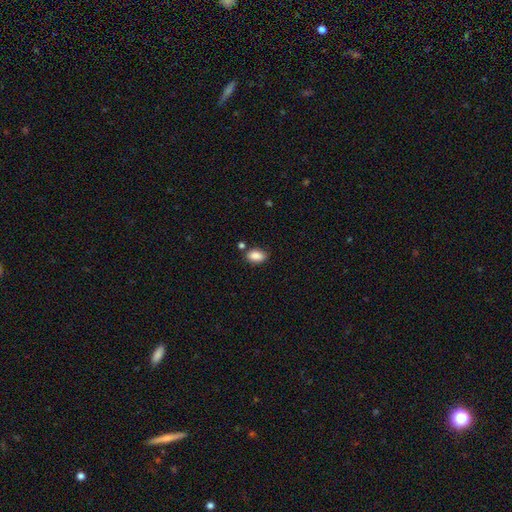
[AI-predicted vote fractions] Smooth or featured: smooth — 87% (star or artifact — 8%)
How rounded: in between — 87% (round — 11%)
Merging: none — 76% (minor disturbance — 14%)